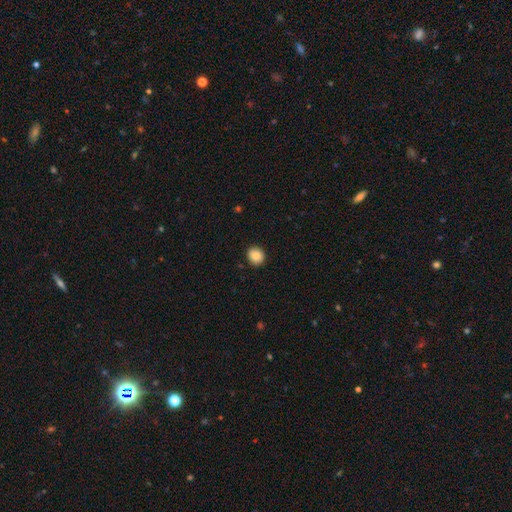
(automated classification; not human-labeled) Smooth or featured? smooth (87%)
How rounded? round (73%)
Merging? none (88%)